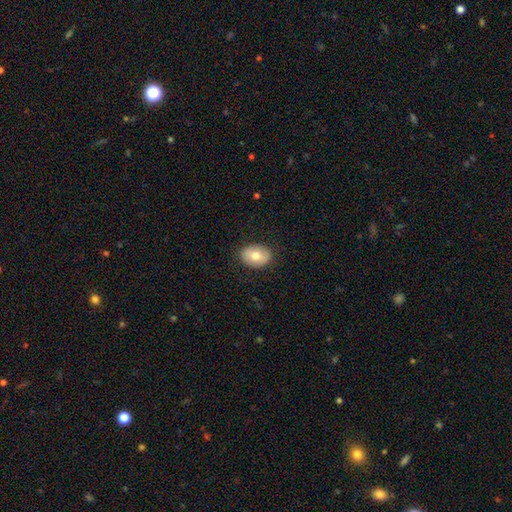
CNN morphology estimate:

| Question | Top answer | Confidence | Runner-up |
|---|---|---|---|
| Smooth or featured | smooth | 74% | featured or disk (19%) |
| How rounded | in between | 72% | round (27%) |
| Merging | none | 87% | minor disturbance (10%) |